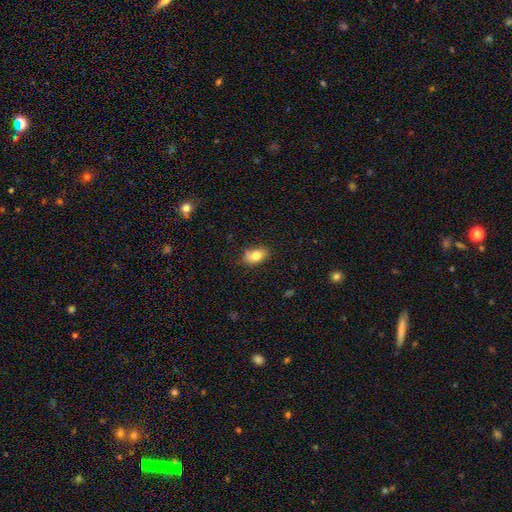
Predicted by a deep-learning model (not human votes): Smooth or featured: smooth — 79% (featured or disk — 13%)
How rounded: in between — 85% (round — 13%)
Merging: none — 69% (minor disturbance — 23%)